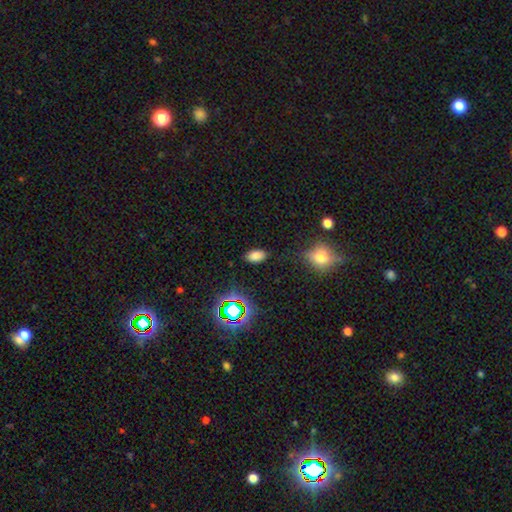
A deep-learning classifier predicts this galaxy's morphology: type=smooth (77%); roundness=in between (91%); merging=none (85%).